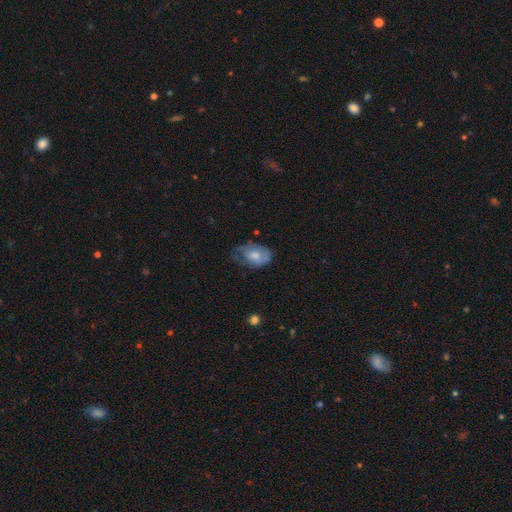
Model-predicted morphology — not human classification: The model was most divided on "merging": minor disturbance: 38%, none: 37%, major disturbance: 23%, merger: 2%. More confident: how rounded — in between (82%); smooth or featured — smooth (61%).